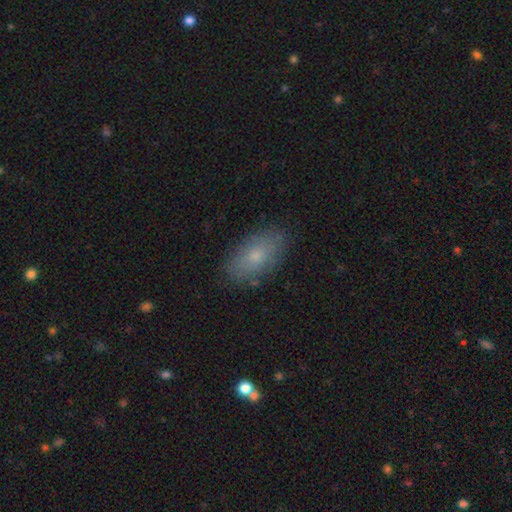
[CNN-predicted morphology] type=smooth (73%); roundness=in between (92%); merging=none (84%).